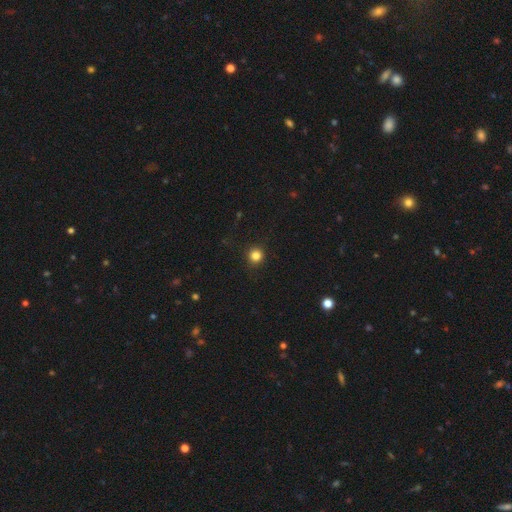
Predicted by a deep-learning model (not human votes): This is clearly a smooth galaxy (83%). How rounded: clearly round (94%). Merging: clearly none (91%).